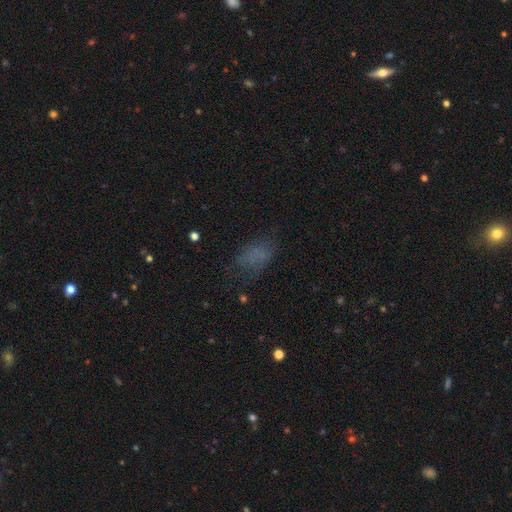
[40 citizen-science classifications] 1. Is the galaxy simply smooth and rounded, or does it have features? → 65% smooth, 22% featured or disk, 12% star or artifact.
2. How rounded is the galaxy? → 81% in between, 19% round, 0% cigar-shaped.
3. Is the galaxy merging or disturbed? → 66% none, 20% major disturbance, 14% minor disturbance, 0% merger.